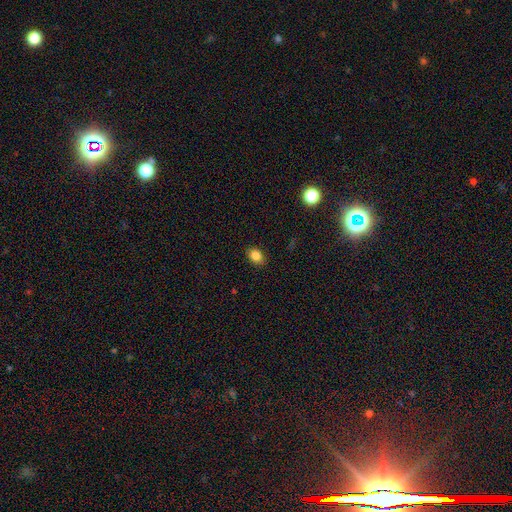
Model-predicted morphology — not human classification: smooth_or_featured: smooth (p=0.85) [alt: star or artifact p=0.10]
how_rounded: in between (p=0.69) [alt: round p=0.30]
merging: none (p=0.88) [alt: minor disturbance p=0.09]